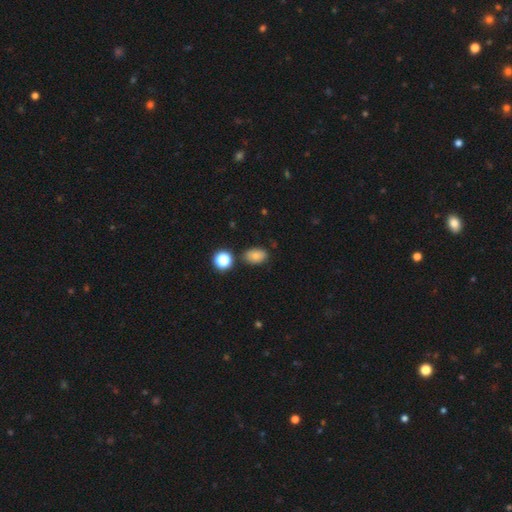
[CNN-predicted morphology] type=smooth (79%); roundness=in between (80%); merging=none (78%).